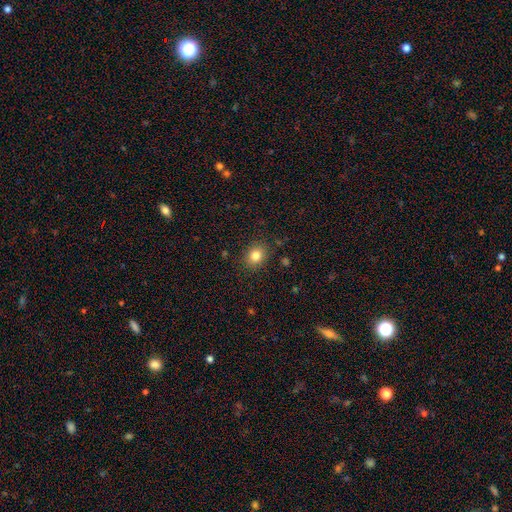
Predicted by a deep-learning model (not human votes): Smooth or featured? smooth (82%)
How rounded? round (56%)
Merging? none (87%)